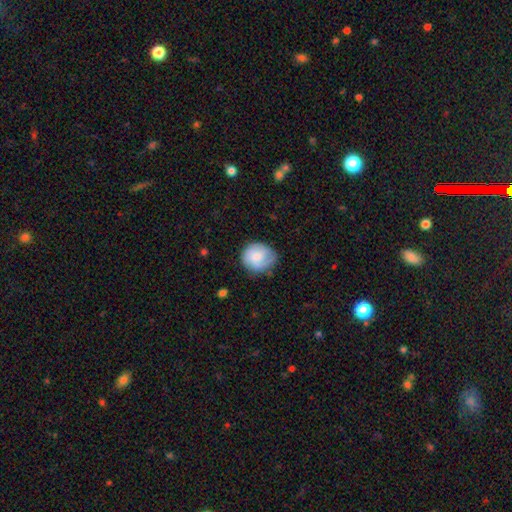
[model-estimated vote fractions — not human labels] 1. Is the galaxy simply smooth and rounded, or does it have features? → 67% smooth, 26% featured or disk, 7% star or artifact.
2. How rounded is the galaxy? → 77% round, 22% in between, 1% cigar-shaped.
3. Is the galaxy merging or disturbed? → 68% none, 24% minor disturbance, 6% major disturbance, 1% merger.